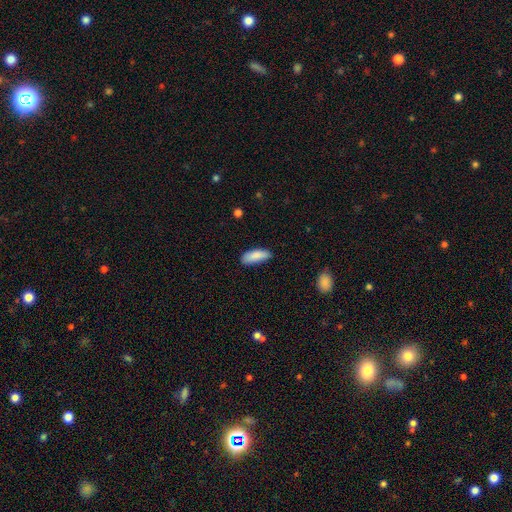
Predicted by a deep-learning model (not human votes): Morphology: type=smooth (88%); roundness=in between (70%); merging=none (76%).